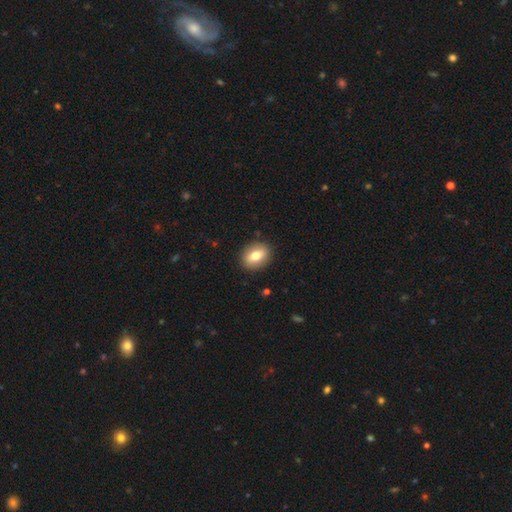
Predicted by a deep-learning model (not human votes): The model was most divided on "how rounded": in between: 59%, round: 40%, cigar-shaped: 2%. More confident: merging — none (89%); smooth or featured — smooth (73%).